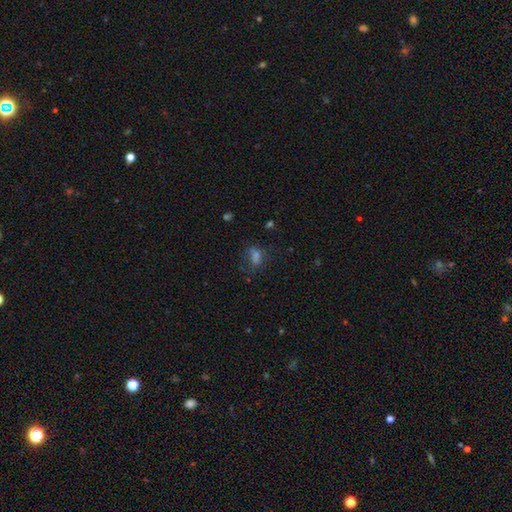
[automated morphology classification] Q: Smooth or featured?
A: smooth (49%); runner-up: star or artifact (33%)
Q: Merging?
A: none (60%); runner-up: minor disturbance (19%)